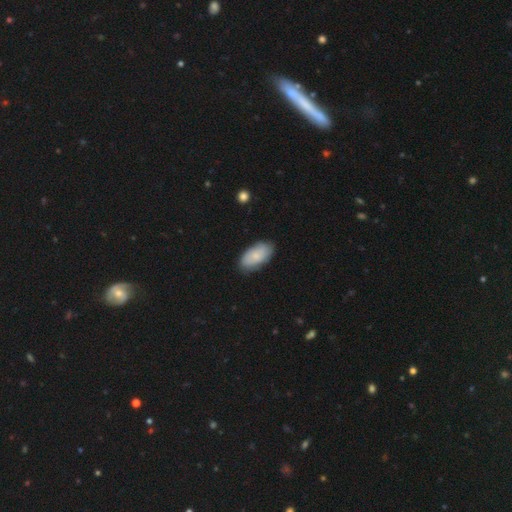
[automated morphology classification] smooth_or_featured: smooth (p=0.76) [alt: featured or disk p=0.18]
how_rounded: in between (p=0.94) [alt: cigar-shaped p=0.03]
merging: none (p=0.81) [alt: minor disturbance p=0.15]